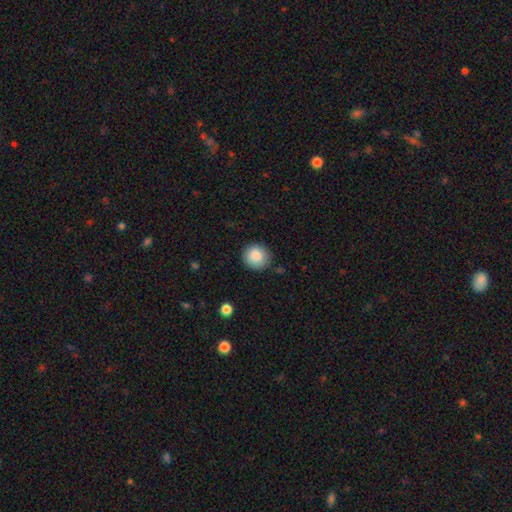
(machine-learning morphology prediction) A smooth galaxy with no disk features (87%) that is round (91%). Merging: none (87%).